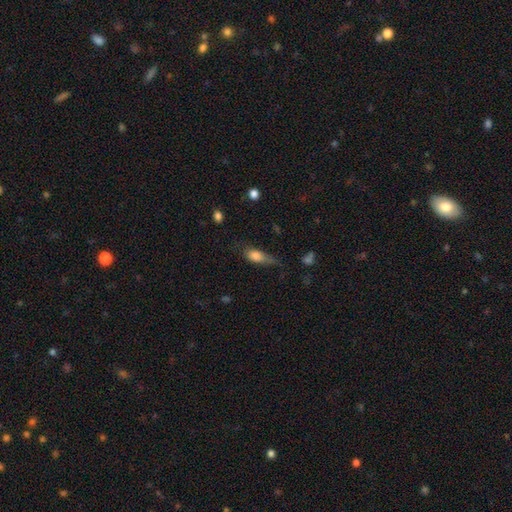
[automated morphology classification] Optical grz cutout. It shows a smooth galaxy with no disk features (76%) that is in between round and cigar-shaped (73%). Merging: none (38%).